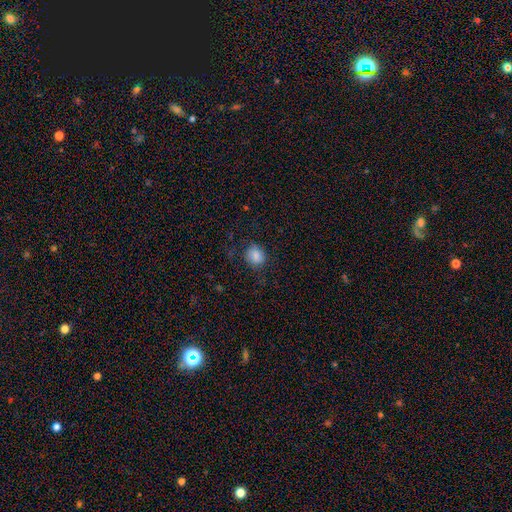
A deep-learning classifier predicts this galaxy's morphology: Smooth or featured: smooth — 83% (star or artifact — 9%)
How rounded: round — 69% (in between — 30%)
Merging: none — 73% (minor disturbance — 18%)